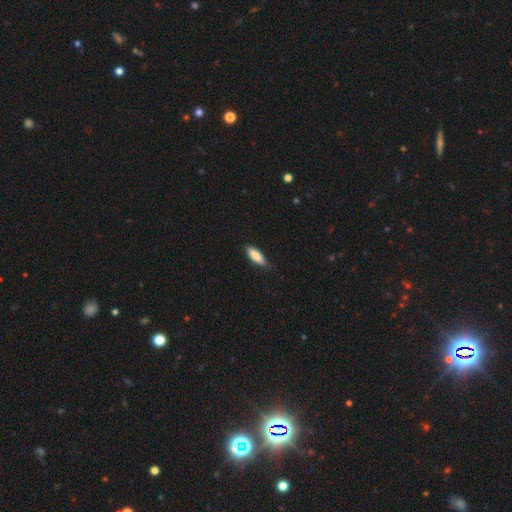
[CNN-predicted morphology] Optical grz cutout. It shows a smooth galaxy with no disk features (85%) that is in between round and cigar-shaped (56%). Merging: none (82%).